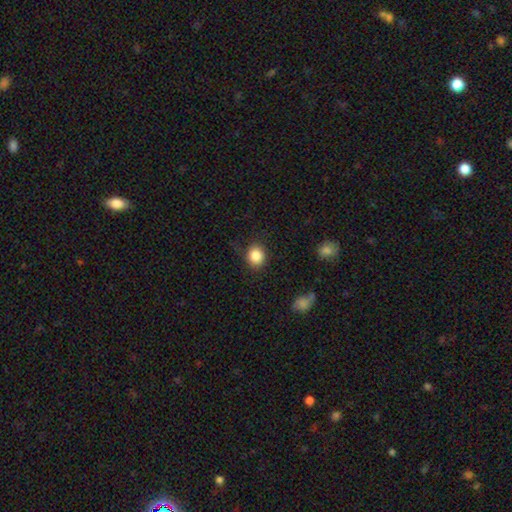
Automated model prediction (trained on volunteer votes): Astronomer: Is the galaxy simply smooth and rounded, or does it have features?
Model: smooth — 85%.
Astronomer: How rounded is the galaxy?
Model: round — 76%.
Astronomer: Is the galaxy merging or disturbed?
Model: none — 82%.